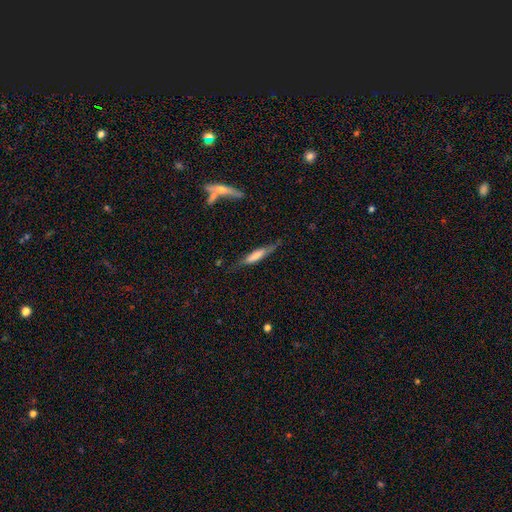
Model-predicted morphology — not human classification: Smooth or featured?
  - smooth: 54% *
  - featured or disk: 40%
  - star or artifact: 6%
How rounded?
  - cigar-shaped: 83% *
  - in between: 15%
  - round: 2%
Merging?
  - none: 66% *
  - minor disturbance: 23%
  - major disturbance: 8%
  - merger: 3%